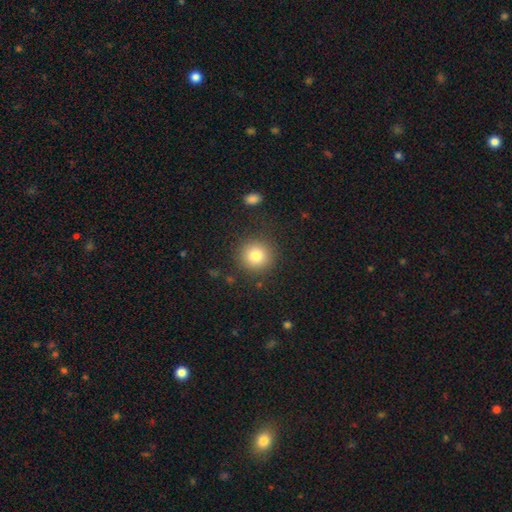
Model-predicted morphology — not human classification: Q: Smooth or featured?
A: smooth (81%); runner-up: star or artifact (11%)
Q: How rounded?
A: round (94%); runner-up: in between (6%)
Q: Merging?
A: none (88%); runner-up: minor disturbance (8%)